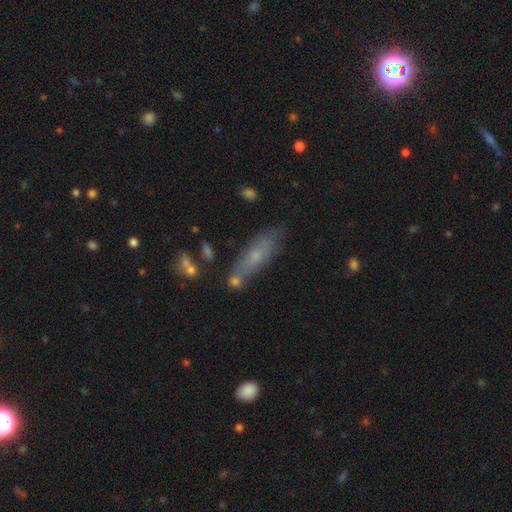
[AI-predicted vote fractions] A smooth galaxy with no disk features (54%) that is cigar-shaped (55%).

Vote fractions:
- Smooth or featured? smooth: 54% / featured or disk: 35% / star or artifact: 11%
- How rounded? cigar-shaped: 55% / in between: 42% / round: 3%
- Merging? none: 63% / minor disturbance: 20% / merger: 10% / major disturbance: 6%